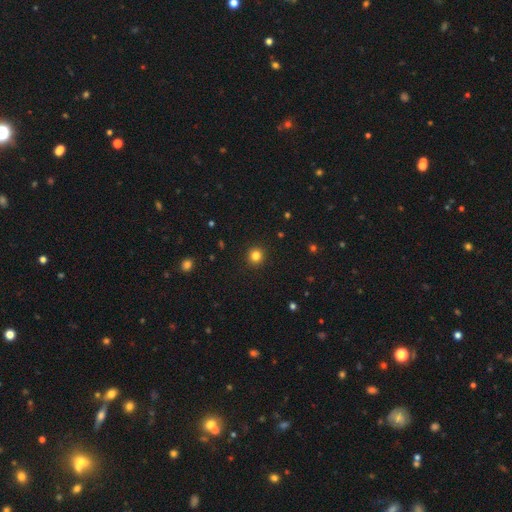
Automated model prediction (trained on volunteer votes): smooth_or_featured: smooth (p=0.82) [alt: star or artifact p=0.13]
how_rounded: round (p=0.93) [alt: in between p=0.06]
merging: none (p=0.93) [alt: minor disturbance p=0.05]